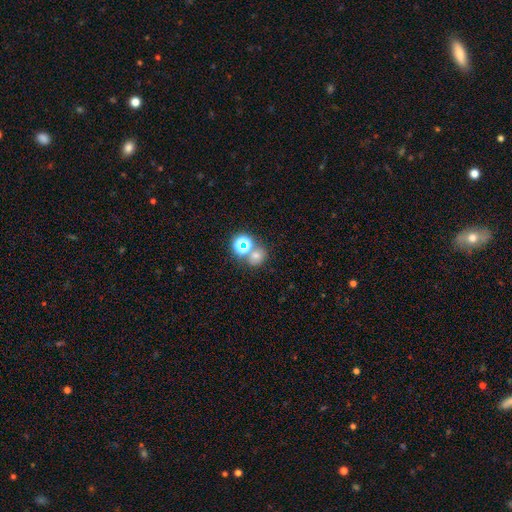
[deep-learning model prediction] A smooth galaxy with no disk features (56%) that is round (72%). Merging: none (58%).